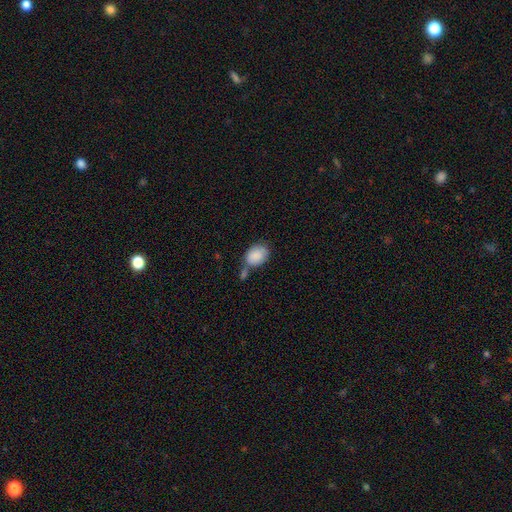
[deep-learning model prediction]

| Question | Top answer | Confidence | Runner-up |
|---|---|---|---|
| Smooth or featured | smooth | 86% | featured or disk (7%) |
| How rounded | in between | 71% | round (28%) |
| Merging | none | 43% | merger (28%) |